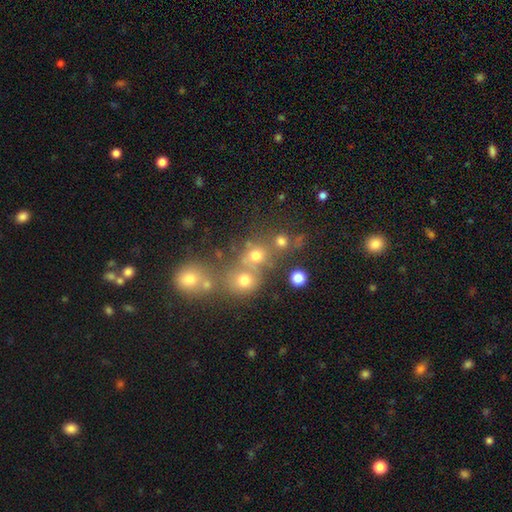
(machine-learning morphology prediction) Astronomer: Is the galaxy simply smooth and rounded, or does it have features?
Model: smooth — 71%.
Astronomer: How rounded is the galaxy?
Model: round — 83%.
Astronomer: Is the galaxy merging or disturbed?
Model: none — 55% (runner-up: merger, 31%).